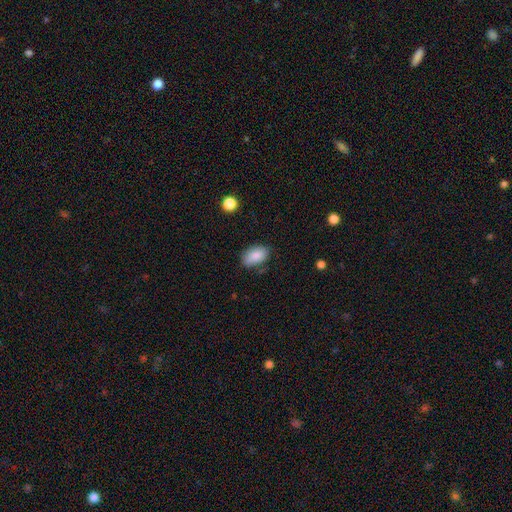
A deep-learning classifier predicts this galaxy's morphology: smooth 87%, star or artifact 7%, featured or disk 6%. Down the decision tree: how rounded — in between (92%); merging — none (74%).